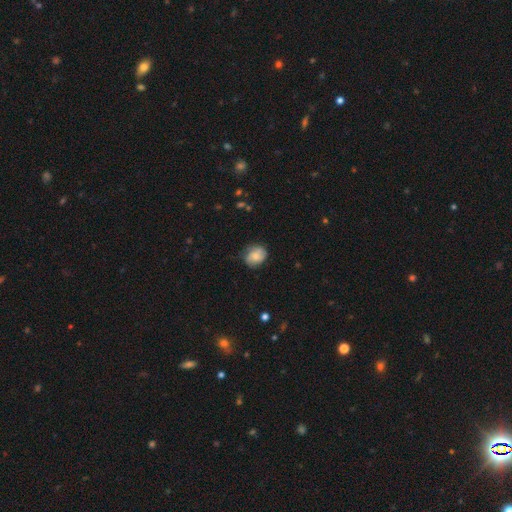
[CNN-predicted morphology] Smooth or featured? Predicted: smooth (p=0.60). How rounded? Predicted: round (p=0.62). Merging? Predicted: none (p=0.67).